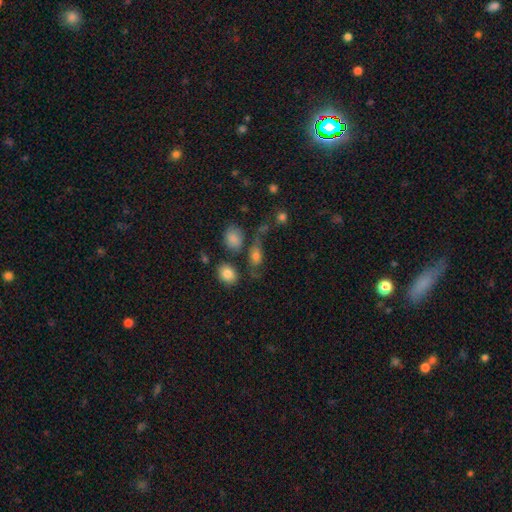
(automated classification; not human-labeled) Smooth or featured? smooth (70%)
How rounded? in between (71%)
Merging? none (51%)